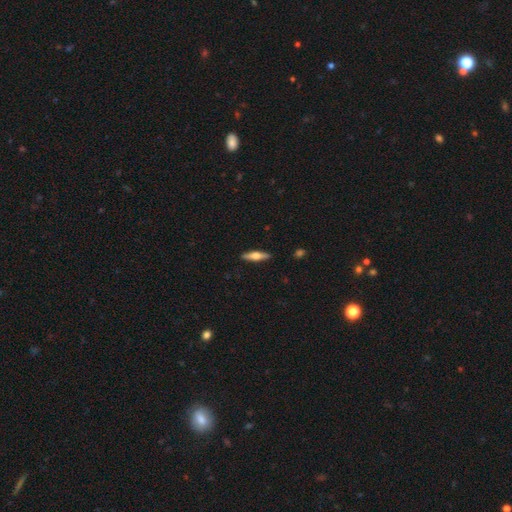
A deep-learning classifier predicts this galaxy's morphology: Q: Smooth or featured?
A: featured or disk (54%); runner-up: smooth (40%)
Q: Edge-on disk?
A: yes (96%); runner-up: no (4%)
Q: Edge-on bulge?
A: rounded (92%); runner-up: boxy (6%)
Q: Merging?
A: none (90%); runner-up: minor disturbance (7%)